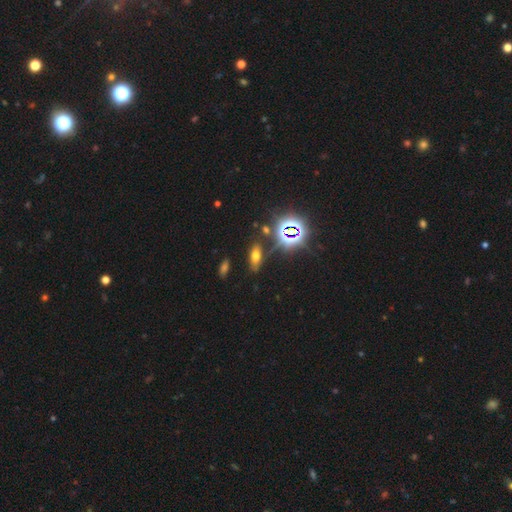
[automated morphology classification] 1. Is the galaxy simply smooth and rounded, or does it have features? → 50% smooth, 35% star or artifact, 15% featured or disk.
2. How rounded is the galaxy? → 76% in between, 16% cigar-shaped, 9% round.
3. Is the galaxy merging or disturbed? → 80% none, 12% minor disturbance, 4% merger, 4% major disturbance.